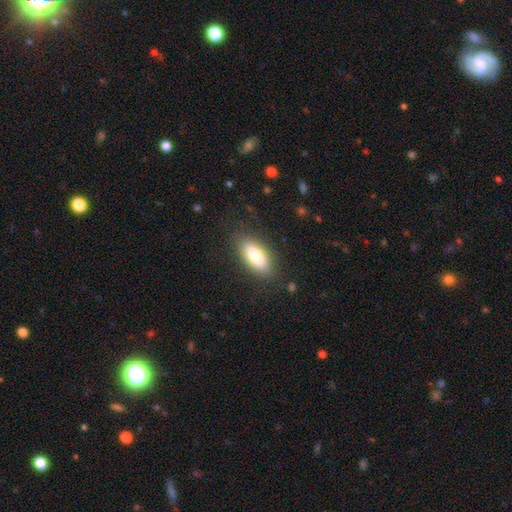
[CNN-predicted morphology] smooth-or-featured: smooth: 77% | featured or disk: 16% | star or artifact: 7%
  how-rounded: in between: 85% | cigar-shaped: 12% | round: 3%
  merging: none: 84% | minor disturbance: 11% | major disturbance: 4% | merger: 1%